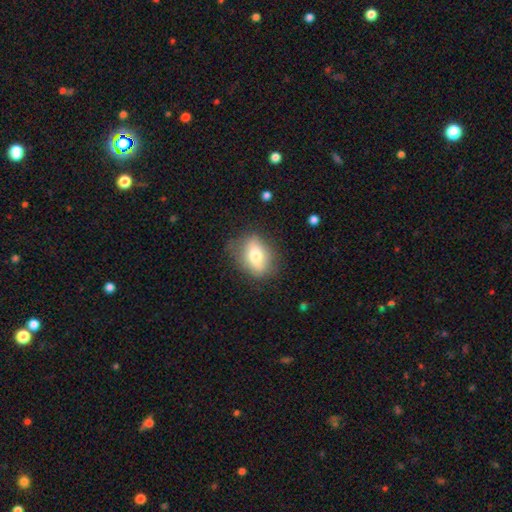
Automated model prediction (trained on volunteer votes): Smooth or featured?
  - smooth: 67% *
  - featured or disk: 26%
  - star or artifact: 7%
How rounded?
  - in between: 75% *
  - round: 22%
  - cigar-shaped: 4%
Merging?
  - none: 71% *
  - minor disturbance: 21%
  - major disturbance: 7%
  - merger: 2%